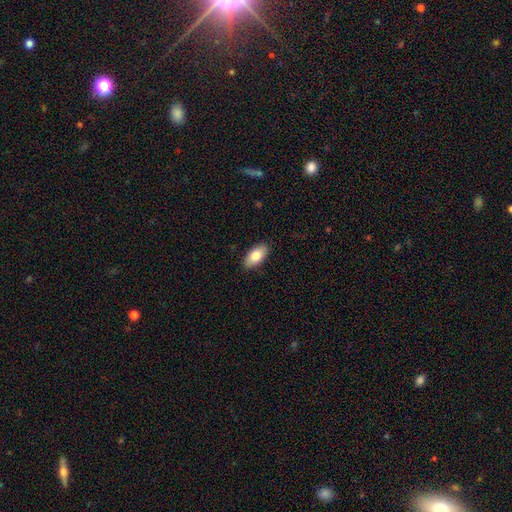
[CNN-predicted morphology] Q: Smooth or featured?
A: smooth (81%); runner-up: featured or disk (13%)
Q: How rounded?
A: in between (93%); runner-up: cigar-shaped (4%)
Q: Merging?
A: none (89%); runner-up: minor disturbance (9%)